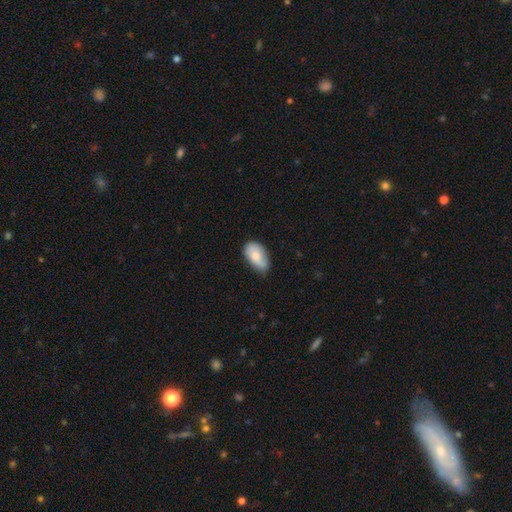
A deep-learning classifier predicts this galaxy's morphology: Overall: smooth (77%). How rounded: in between (94%). Merging: none (65%; minor disturbance 29%).